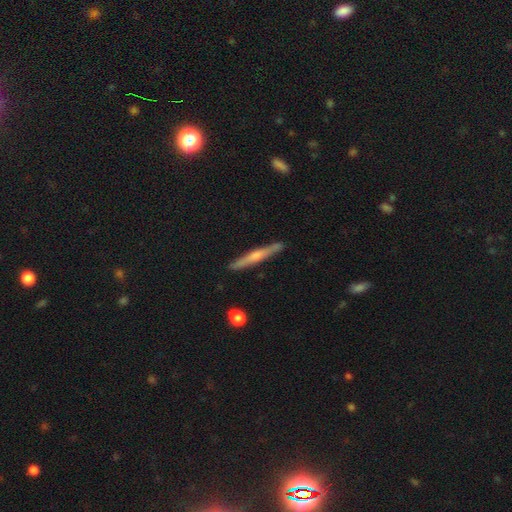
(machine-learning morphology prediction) This appears to be a featured or disk galaxy (63%) viewed edge-on (95%) with a rounded central bulge (79%). Merging: none (88%).